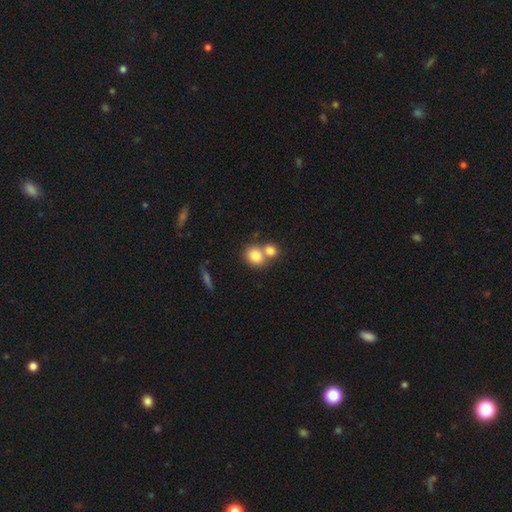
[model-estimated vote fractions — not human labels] smooth-or-featured: smooth: 82% | featured or disk: 9% | star or artifact: 9%
  how-rounded: round: 67% | in between: 32% | cigar-shaped: 1%
  merging: merger: 51% | none: 39% | minor disturbance: 7% | major disturbance: 3%